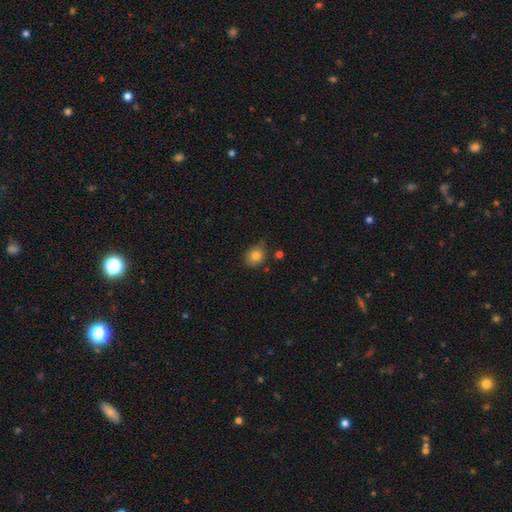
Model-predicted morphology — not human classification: smooth_or_featured: smooth (p=0.81) [alt: star or artifact p=0.10]
how_rounded: round (p=0.61) [alt: in between p=0.38]
merging: none (p=0.75) [alt: minor disturbance p=0.18]